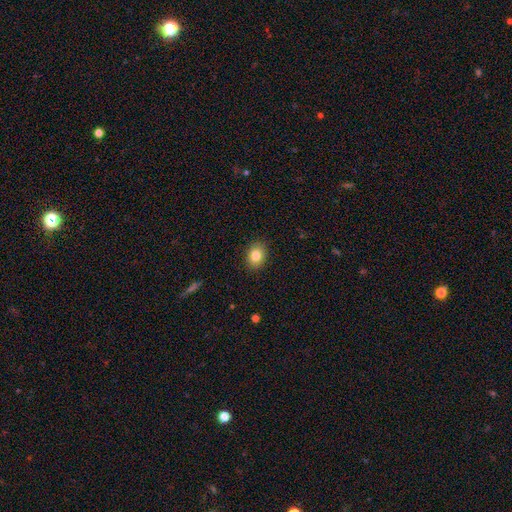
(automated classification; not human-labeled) Q: Smooth or featured?
A: smooth (82%); runner-up: star or artifact (10%)
Q: How rounded?
A: in between (57%); runner-up: round (42%)
Q: Merging?
A: none (89%); runner-up: minor disturbance (8%)